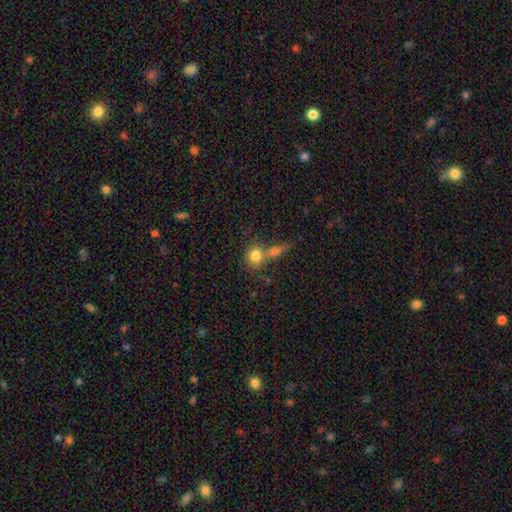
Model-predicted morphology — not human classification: Q: Smooth or featured?
A: smooth (80%); runner-up: featured or disk (11%)
Q: How rounded?
A: round (76%); runner-up: in between (22%)
Q: Merging?
A: none (46%); runner-up: merger (39%)